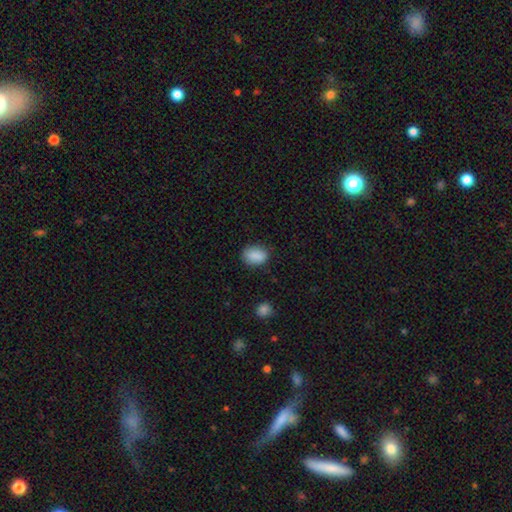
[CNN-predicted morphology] This appears to be a smooth galaxy with no disk features (88%) that is in between round and cigar-shaped (74%). Merging: none (82%).